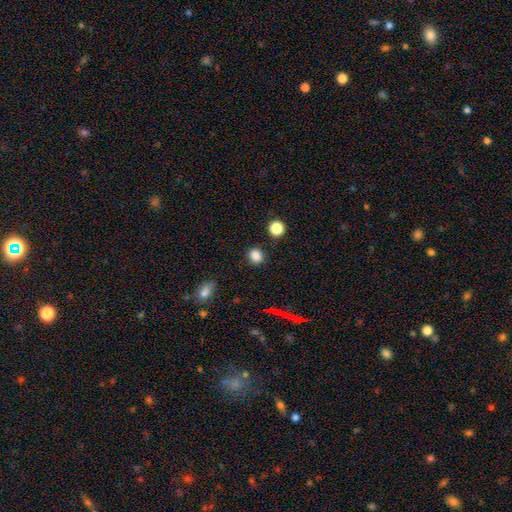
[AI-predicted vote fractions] Smooth or featured? smooth (85%)
How rounded? round (71%)
Merging? none (86%)